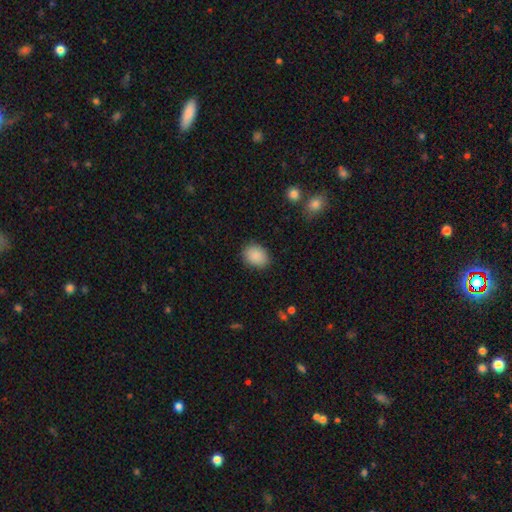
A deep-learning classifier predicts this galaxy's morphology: This appears to be a smooth galaxy with no disk features (88%) that is in between round and cigar-shaped (64%). Merging: none (86%).